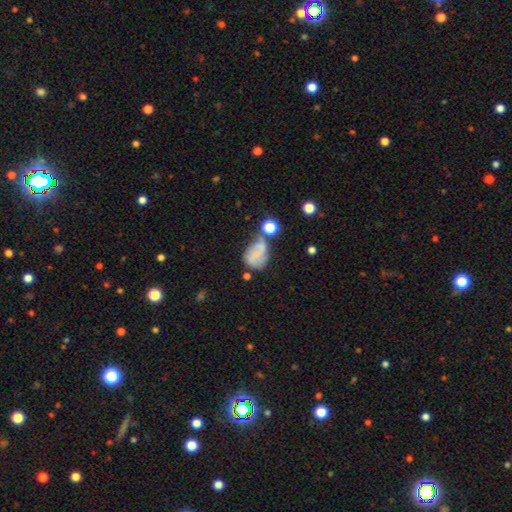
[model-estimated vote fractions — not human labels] smooth-or-featured: smooth: 51% | featured or disk: 38% | star or artifact: 11%
  how-rounded: in between: 57% | round: 41% | cigar-shaped: 2%
  merging: none: 36% | minor disturbance: 26% | merger: 21% | major disturbance: 17%